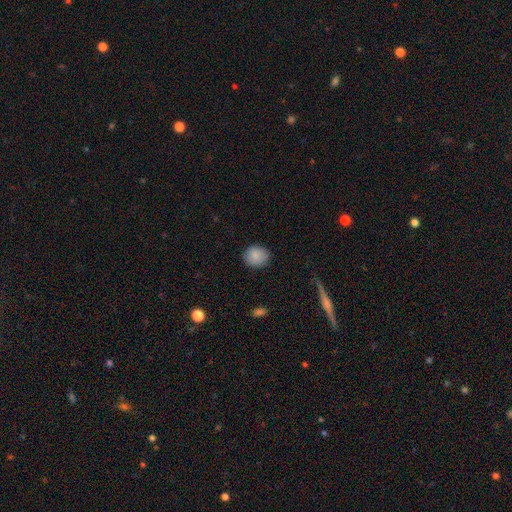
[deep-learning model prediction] The model was most divided on "how rounded": round: 76%, in between: 23%, cigar-shaped: 1%. More confident: smooth or featured — smooth (87%); merging — none (85%).